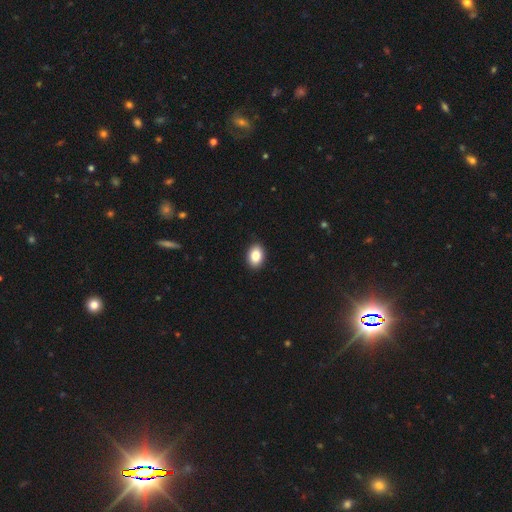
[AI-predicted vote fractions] Q: Smooth or featured?
A: smooth (86%); runner-up: star or artifact (8%)
Q: How rounded?
A: in between (79%); runner-up: round (20%)
Q: Merging?
A: none (91%); runner-up: minor disturbance (6%)